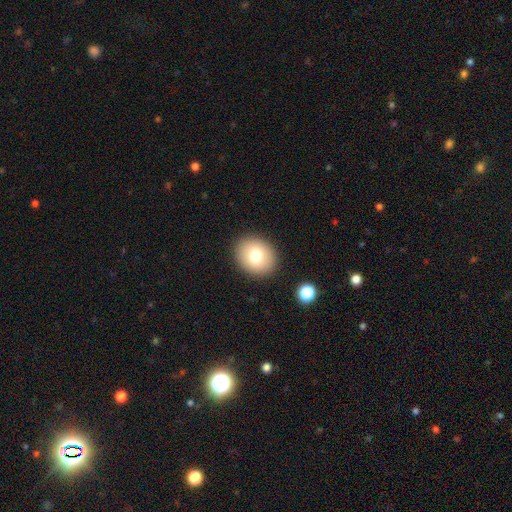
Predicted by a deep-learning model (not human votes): Smooth or featured: smooth — 75% (featured or disk — 15%)
How rounded: round — 61% (in between — 38%)
Merging: none — 89% (minor disturbance — 7%)